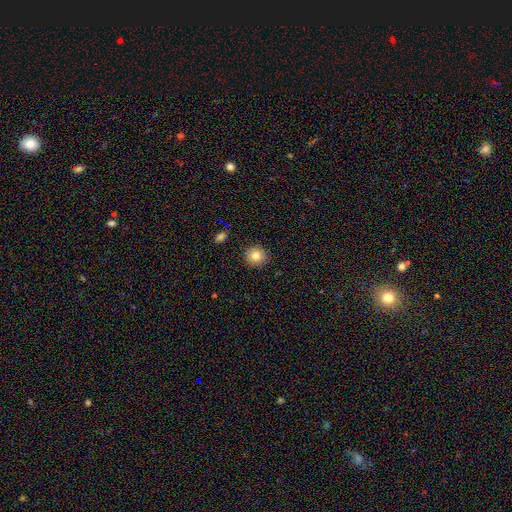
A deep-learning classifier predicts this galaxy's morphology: The model was most divided on "smooth or featured": smooth: 81%, star or artifact: 11%, featured or disk: 8%. More confident: merging — none (91%); how rounded — round (89%).